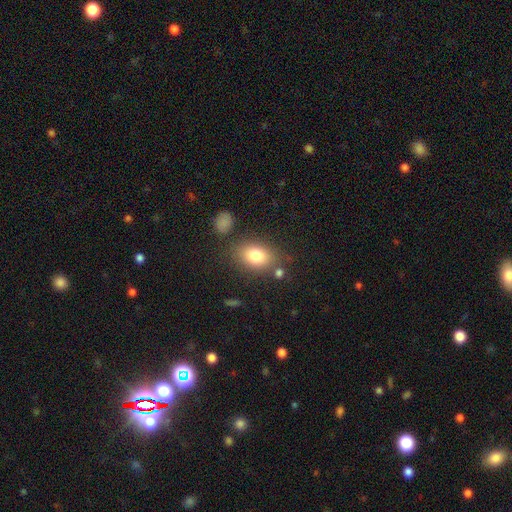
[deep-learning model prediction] smooth-or-featured: smooth: 80% | featured or disk: 11% | star or artifact: 9%
  how-rounded: in between: 79% | round: 19% | cigar-shaped: 2%
  merging: none: 75% | minor disturbance: 13% | merger: 7% | major disturbance: 5%